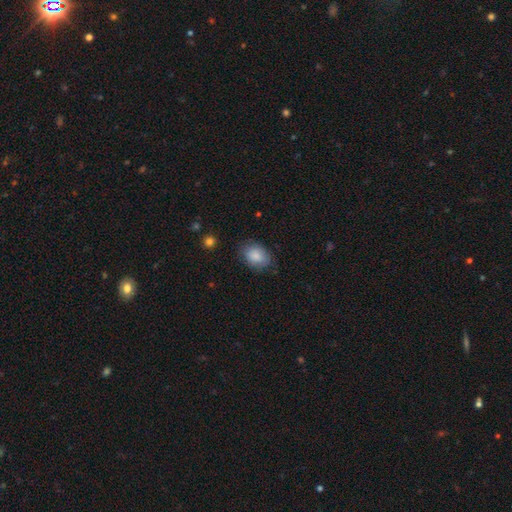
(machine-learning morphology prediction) Smooth or featured?
  - smooth: 85% *
  - featured or disk: 8%
  - star or artifact: 7%
How rounded?
  - in between: 73% *
  - round: 26%
  - cigar-shaped: 1%
Merging?
  - none: 75% *
  - minor disturbance: 18%
  - major disturbance: 5%
  - merger: 1%